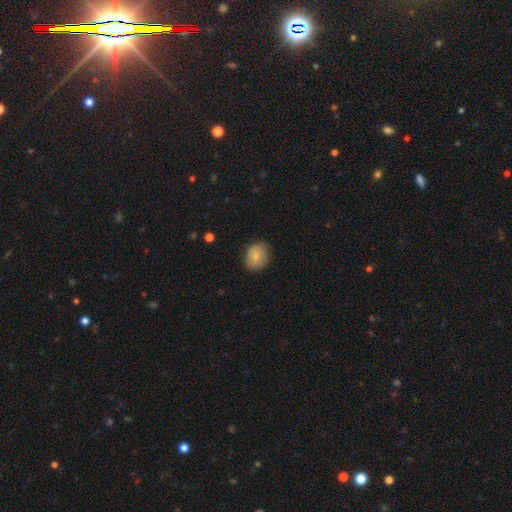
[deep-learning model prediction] A smooth galaxy with no disk features (79%) that is round (56%). Merging: none (81%).